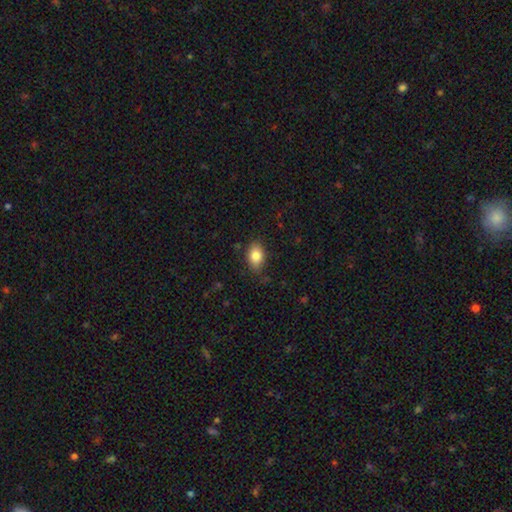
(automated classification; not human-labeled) smooth_or_featured: smooth (p=0.84) [alt: star or artifact p=0.08]
how_rounded: in between (p=0.84) [alt: round p=0.15]
merging: none (p=0.80) [alt: minor disturbance p=0.15]